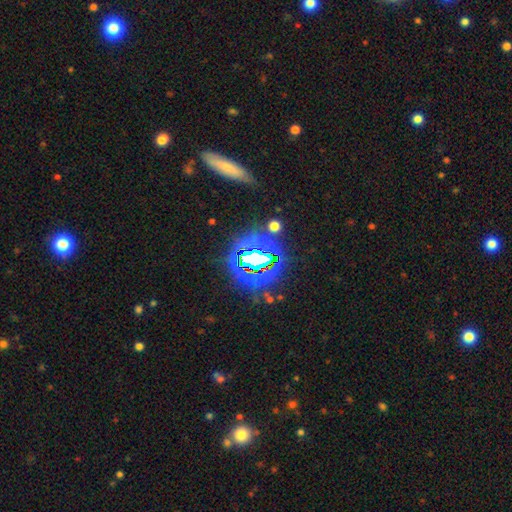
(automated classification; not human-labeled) A star or artifact, not a galaxy (76%).